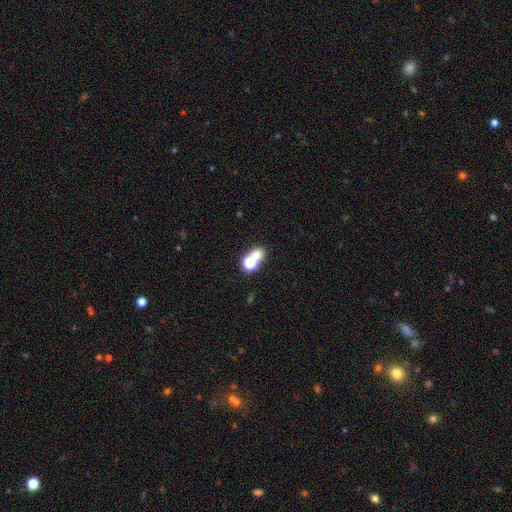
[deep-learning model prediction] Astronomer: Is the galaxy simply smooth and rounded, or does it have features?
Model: smooth — 61%.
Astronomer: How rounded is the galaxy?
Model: round — 63%.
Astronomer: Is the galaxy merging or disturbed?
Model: merger — 45% (runner-up: none, 43%).